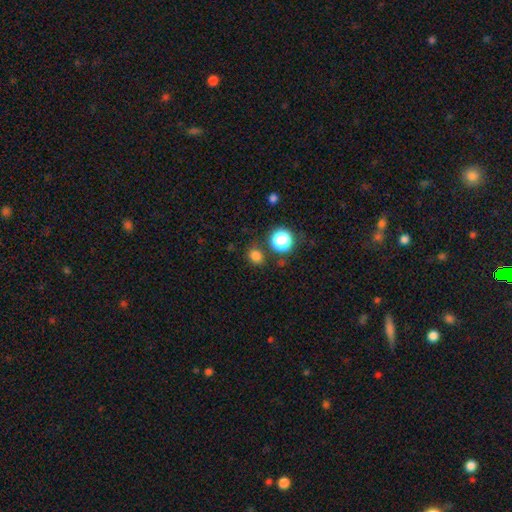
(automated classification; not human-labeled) Q: Smooth or featured?
A: smooth (77%); runner-up: star or artifact (19%)
Q: How rounded?
A: round (73%); runner-up: in between (26%)
Q: Merging?
A: none (79%); runner-up: minor disturbance (10%)